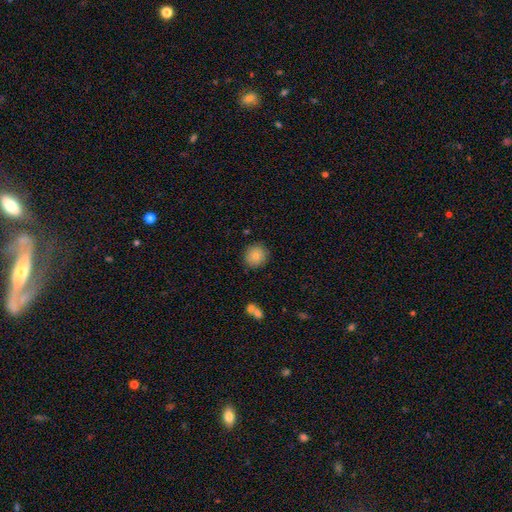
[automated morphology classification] Smooth or featured? Predicted: smooth (p=0.82). How rounded? Predicted: round (p=0.88). Merging? Predicted: none (p=0.86).